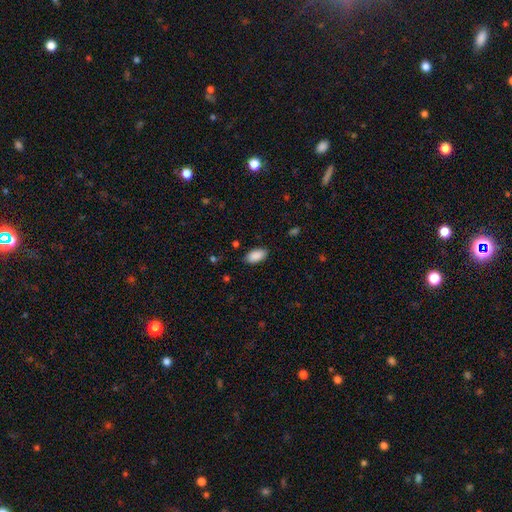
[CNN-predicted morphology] smooth_or_featured: smooth (p=0.90) [alt: star or artifact p=0.07]
how_rounded: in between (p=0.95) [alt: round p=0.03]
merging: none (p=0.86) [alt: minor disturbance p=0.10]